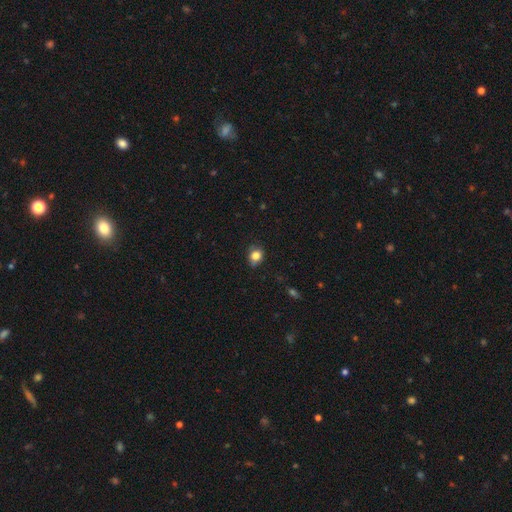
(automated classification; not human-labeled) A smooth galaxy with no disk features (79%) that is round (64%). Merging: none (69%).